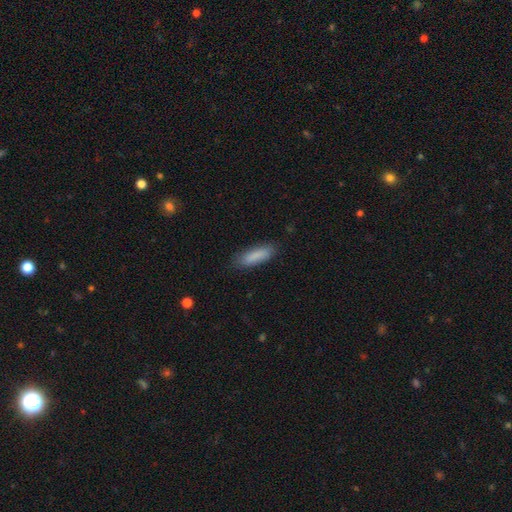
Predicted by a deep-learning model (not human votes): smooth_or_featured: smooth (p=0.86) [alt: featured or disk p=0.08]
how_rounded: cigar-shaped (p=0.55) [alt: in between p=0.44]
merging: none (p=0.83) [alt: minor disturbance p=0.13]